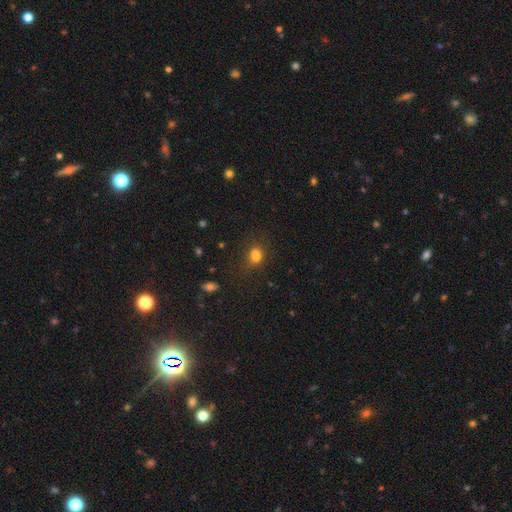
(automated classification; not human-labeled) A smooth galaxy with no disk features (76%) that is in between round and cigar-shaped (59%).

Vote fractions:
- Smooth or featured? smooth: 76% / star or artifact: 15% / featured or disk: 9%
- How rounded? in between: 59% / round: 39% / cigar-shaped: 2%
- Merging? none: 58% / minor disturbance: 20% / merger: 13% / major disturbance: 10%